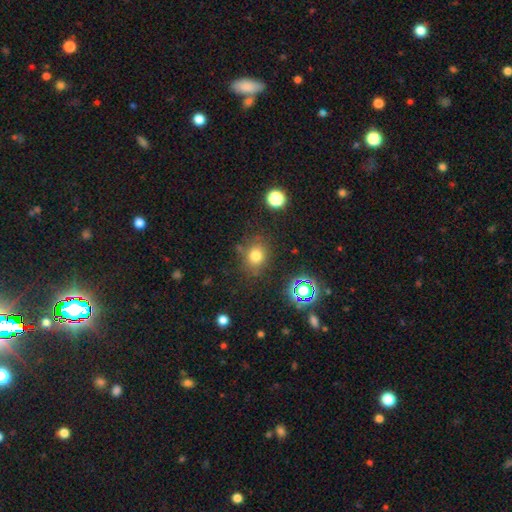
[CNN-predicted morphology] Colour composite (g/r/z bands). It shows a smooth galaxy with no disk features (73%) that is round (71%). Merging: none (77%).